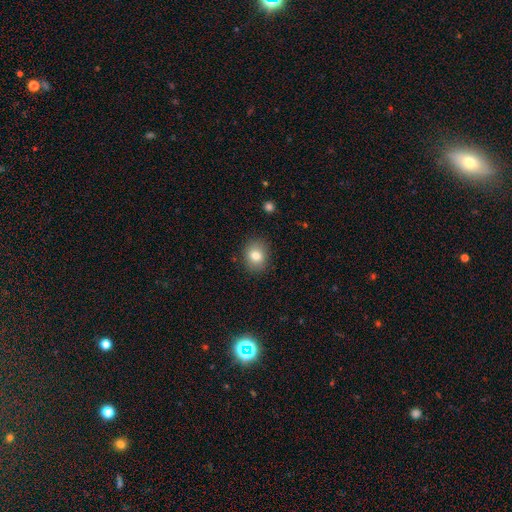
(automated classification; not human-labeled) Smooth or featured? smooth (80%)
How rounded? round (57%)
Merging? none (87%)